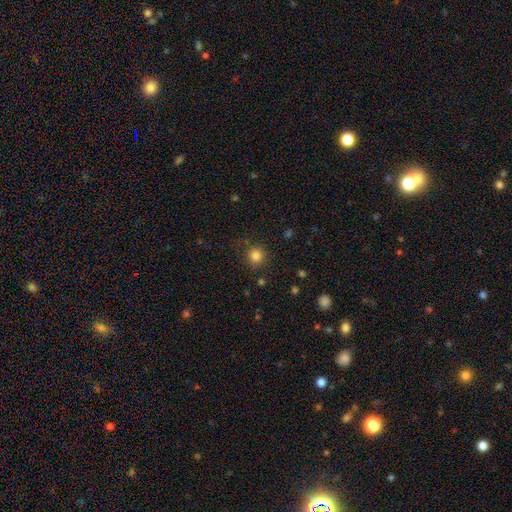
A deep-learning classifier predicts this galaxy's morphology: The model was most divided on "smooth or featured": smooth: 83%, star or artifact: 12%, featured or disk: 5%. More confident: how rounded — round (92%); merging — none (83%).